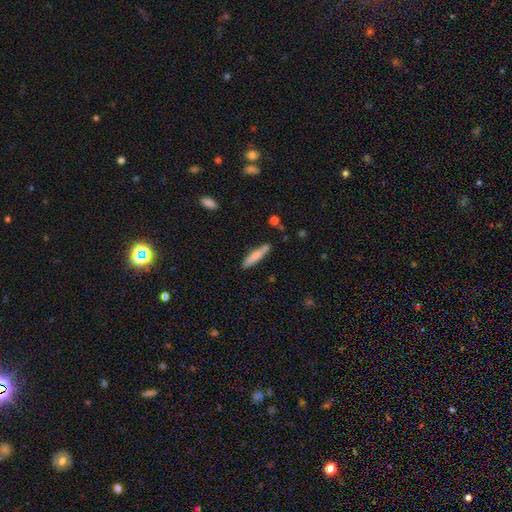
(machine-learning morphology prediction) This is likely a smooth galaxy (75%). How rounded: clearly cigar-shaped (88%). Merging: likely none (78%).